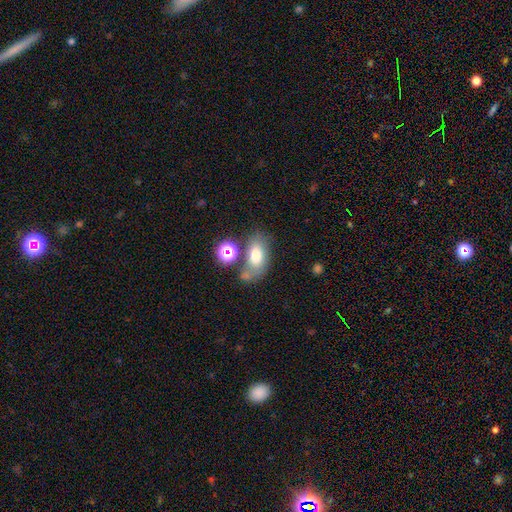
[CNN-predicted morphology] smooth 70%, featured or disk 18%, star or artifact 12%. Down the decision tree: how rounded — in between (86%); merging — none (54%).